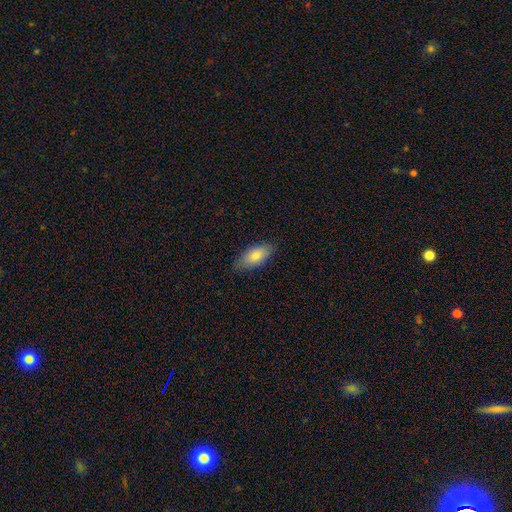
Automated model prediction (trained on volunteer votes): Overall: smooth (79%). How rounded: in between (87%). Merging: none (81%).